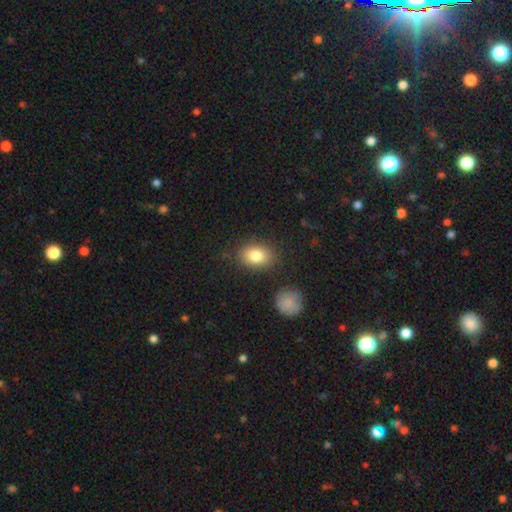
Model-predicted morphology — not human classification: smooth_or_featured: smooth (p=0.83) [alt: featured or disk p=0.09]
how_rounded: in between (p=0.78) [alt: round p=0.21]
merging: none (p=0.82) [alt: minor disturbance p=0.12]